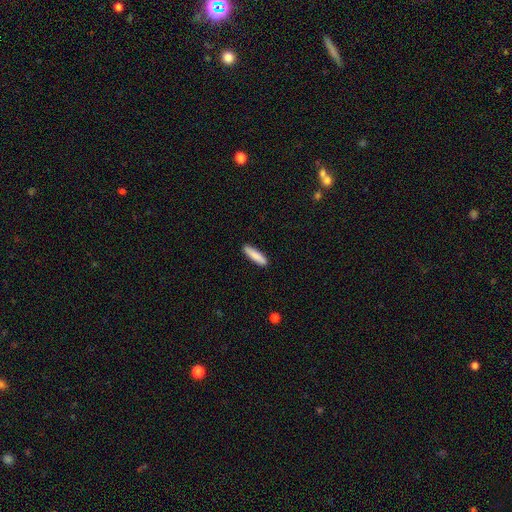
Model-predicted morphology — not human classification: This appears to be a smooth galaxy with no disk features (87%) that is cigar-shaped (78%). Merging: none (90%).